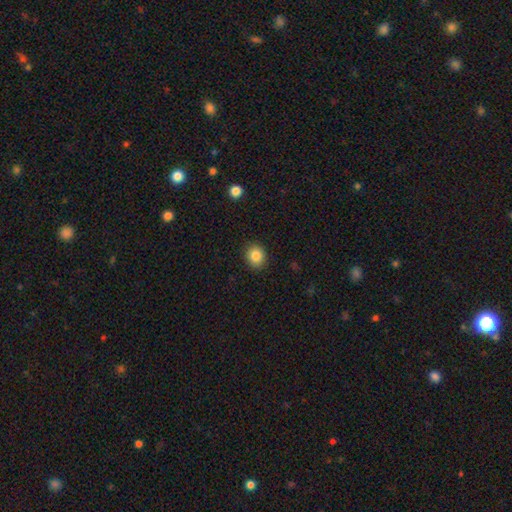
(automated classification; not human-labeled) smooth-or-featured: smooth: 84% | star or artifact: 10% | featured or disk: 6%
  how-rounded: round: 69% | in between: 30% | cigar-shaped: 1%
  merging: none: 90% | minor disturbance: 7% | major disturbance: 2% | merger: 1%